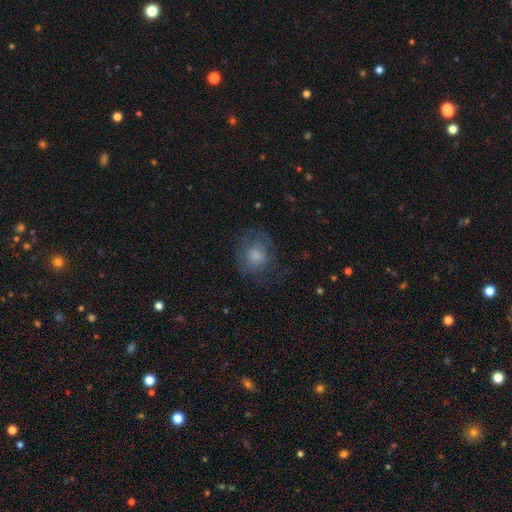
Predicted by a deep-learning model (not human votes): Smooth or featured? smooth (61%)
How rounded? round (74%)
Merging? none (58%)